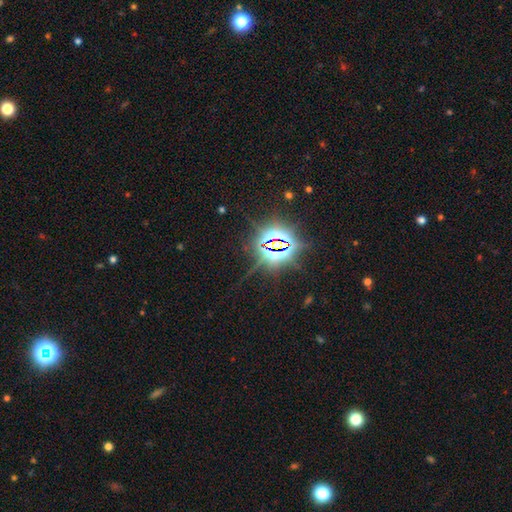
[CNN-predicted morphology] The model was most divided on "smooth or featured": star or artifact: 83%, smooth: 10%, featured or disk: 7%.